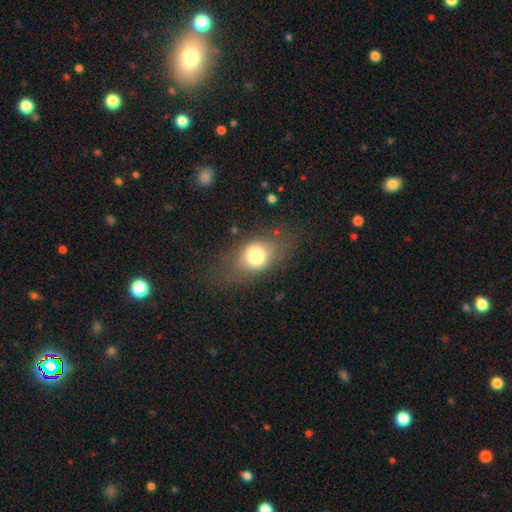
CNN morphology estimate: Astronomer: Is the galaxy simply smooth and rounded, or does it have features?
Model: smooth — 73%.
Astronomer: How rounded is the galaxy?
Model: in between — 64%.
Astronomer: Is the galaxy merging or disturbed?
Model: none — 69%.